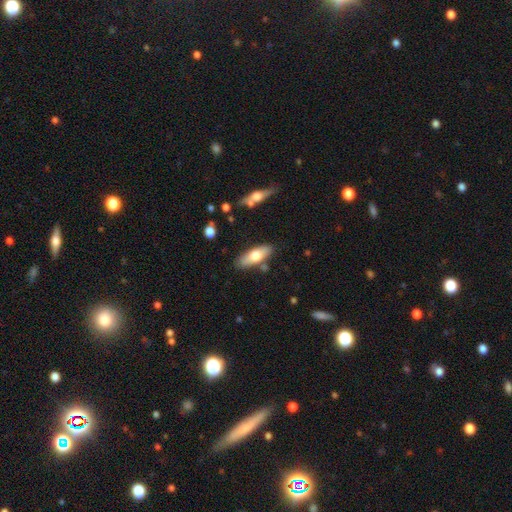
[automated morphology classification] type=smooth (67%); roundness=in between (66%); merging=none (80%).